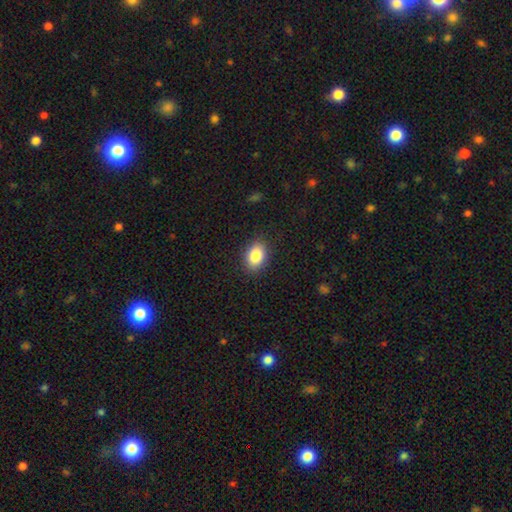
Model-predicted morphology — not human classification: smooth 85%, star or artifact 8%, featured or disk 7%. Down the decision tree: how rounded — in between (80%); merging — none (88%).